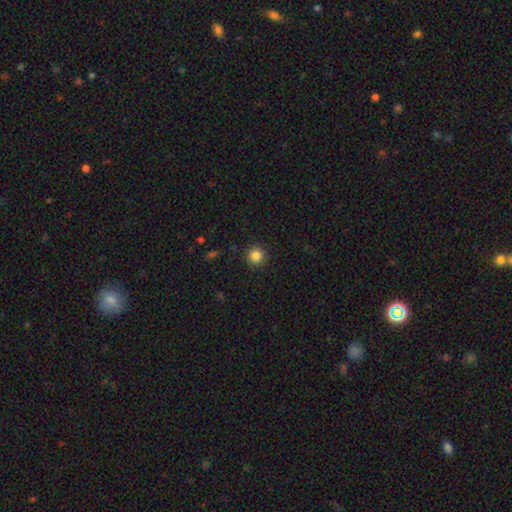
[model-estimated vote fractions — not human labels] Morphology: type=smooth (85%); roundness=round (95%); merging=none (92%).